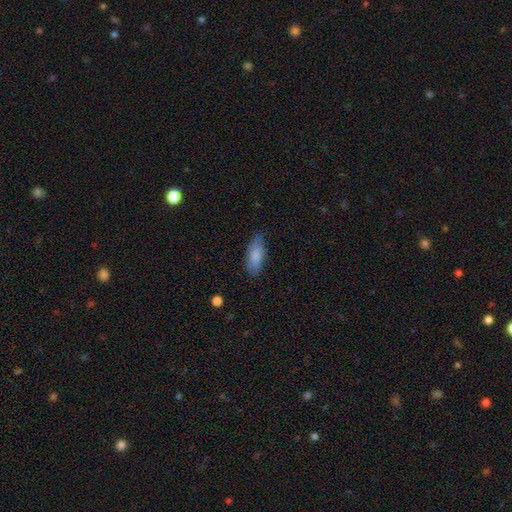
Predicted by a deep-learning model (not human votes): Smooth or featured: smooth — 82% (featured or disk — 12%)
How rounded: in between — 75% (cigar-shaped — 23%)
Merging: none — 81% (minor disturbance — 15%)